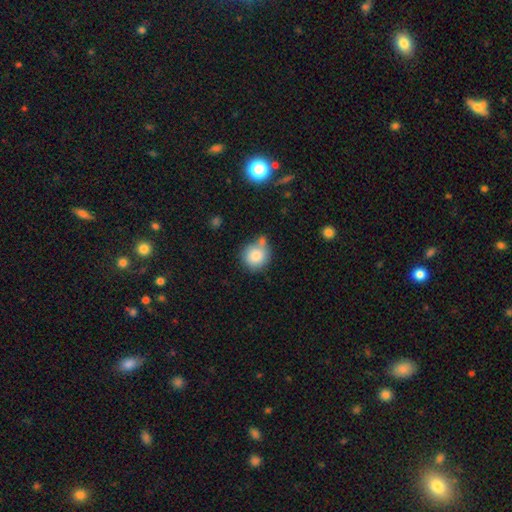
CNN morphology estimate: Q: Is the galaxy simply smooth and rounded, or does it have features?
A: smooth — 84%.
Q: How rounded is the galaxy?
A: round — 91%.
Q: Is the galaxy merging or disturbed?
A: none — 62%.